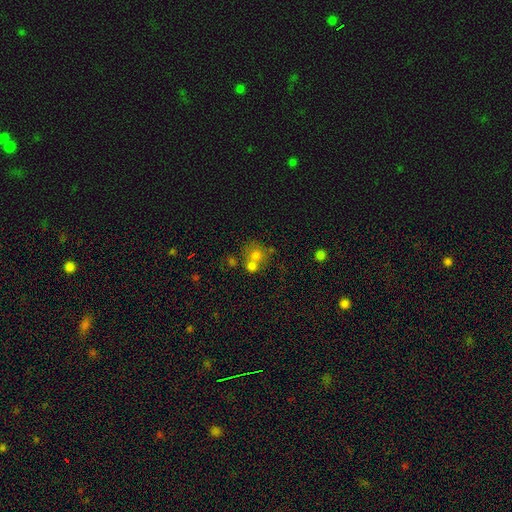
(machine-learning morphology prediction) The model was most divided on "merging": merger: 50%, none: 37%, minor disturbance: 8%, major disturbance: 5%. More confident: how rounded — round (78%); smooth or featured — smooth (68%).